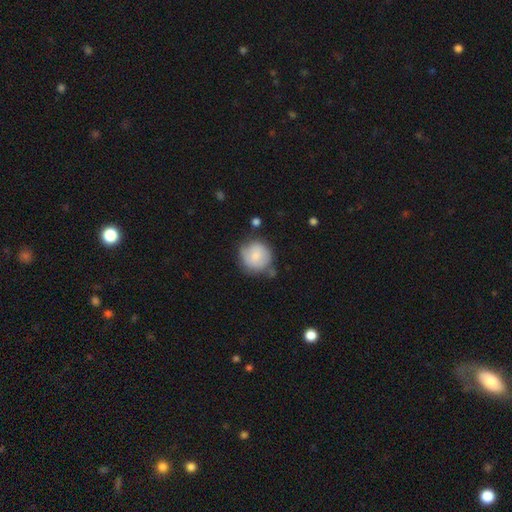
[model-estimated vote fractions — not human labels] A smooth galaxy with no disk features (73%) that is round (90%).

Vote fractions:
- Smooth or featured? smooth: 73% / featured or disk: 21% / star or artifact: 7%
- How rounded? round: 90% / in between: 9% / cigar-shaped: 1%
- Merging? none: 63% / minor disturbance: 24% / major disturbance: 7% / merger: 6%